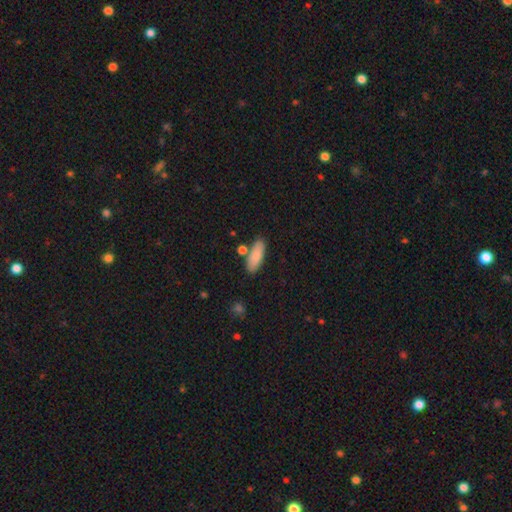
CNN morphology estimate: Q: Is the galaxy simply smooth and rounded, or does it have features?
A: smooth — 82%.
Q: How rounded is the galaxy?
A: in between — 67%.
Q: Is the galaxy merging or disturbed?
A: none — 78%.